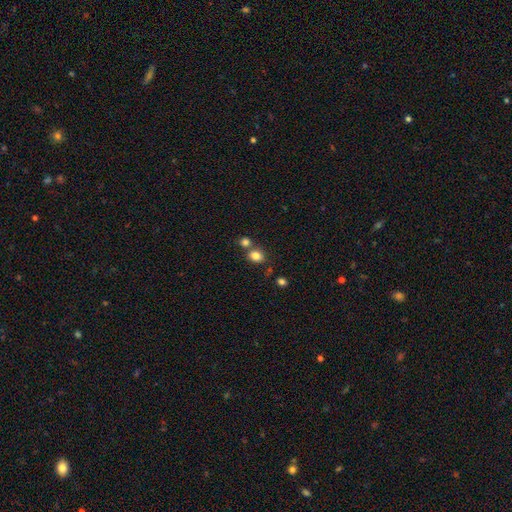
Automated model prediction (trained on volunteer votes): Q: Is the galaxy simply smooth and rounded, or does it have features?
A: smooth — 81%.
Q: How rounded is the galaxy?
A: round — 53%.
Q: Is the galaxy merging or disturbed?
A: none — 58%.